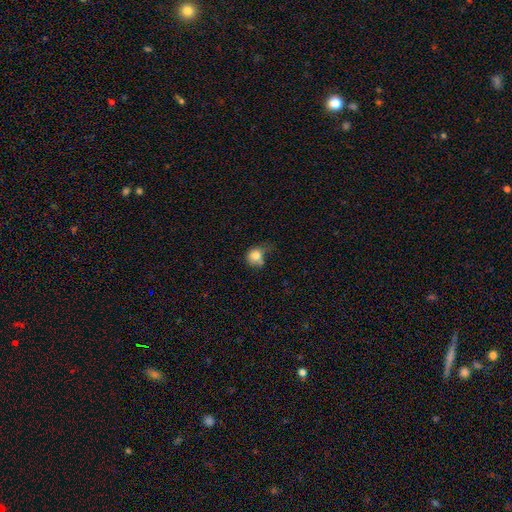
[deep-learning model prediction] Smooth or featured? smooth (79%)
How rounded? round (70%)
Merging? none (34%)